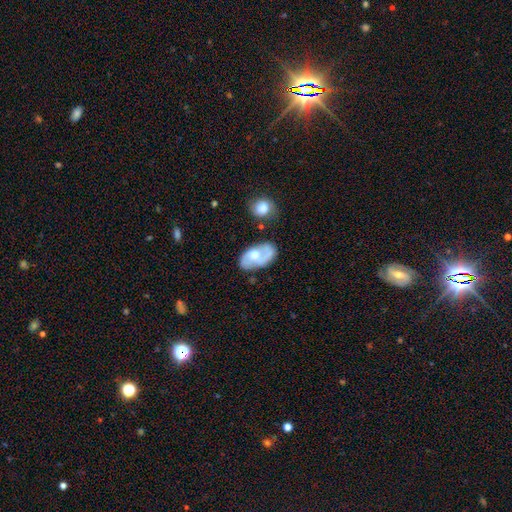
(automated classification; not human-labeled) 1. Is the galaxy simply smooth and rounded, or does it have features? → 49% featured or disk, 44% smooth, 6% star or artifact.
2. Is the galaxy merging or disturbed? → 52% none, 26% minor disturbance, 11% major disturbance, 11% merger.